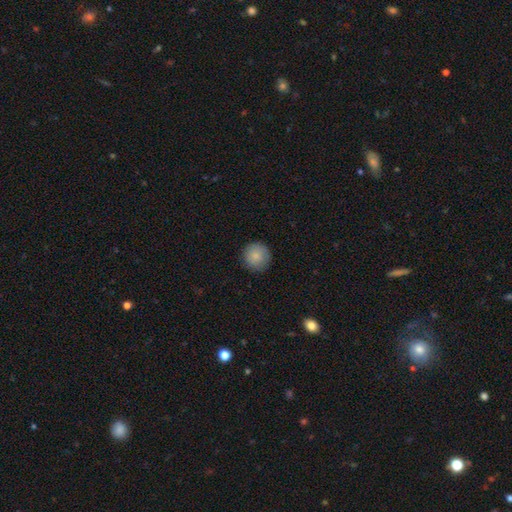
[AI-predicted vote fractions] Smooth or featured? smooth (86%)
How rounded? round (95%)
Merging? none (90%)